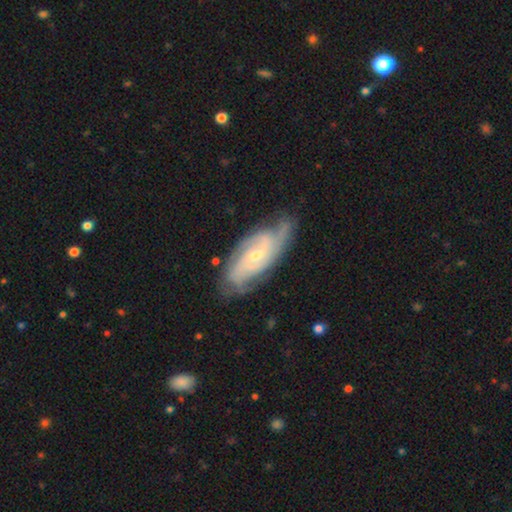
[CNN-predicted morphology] smooth_or_featured: featured or disk (p=0.86) [alt: smooth p=0.09]
disk_edge_on: no (p=0.93) [alt: yes p=0.07]
bar: no (p=0.51) [alt: weak p=0.39]
has_spiral_arms: yes (p=0.97) [alt: no p=0.03]
spiral_winding: tight (p=0.51) [alt: medium p=0.39]
spiral_arm_count: 2 (p=0.31) [alt: 3 p=0.27]
bulge_size: small (p=0.59) [alt: moderate p=0.38]
merging: none (p=0.71) [alt: minor disturbance p=0.22]